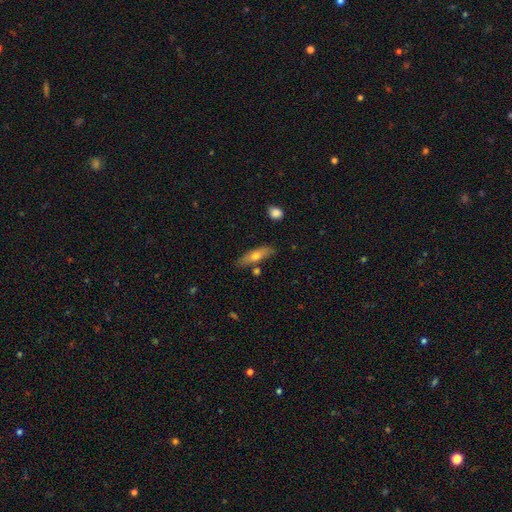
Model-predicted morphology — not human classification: The model was most divided on "how rounded": cigar-shaped: 56%, in between: 42%, round: 3%. More confident: merging — none (76%); smooth or featured — smooth (62%).